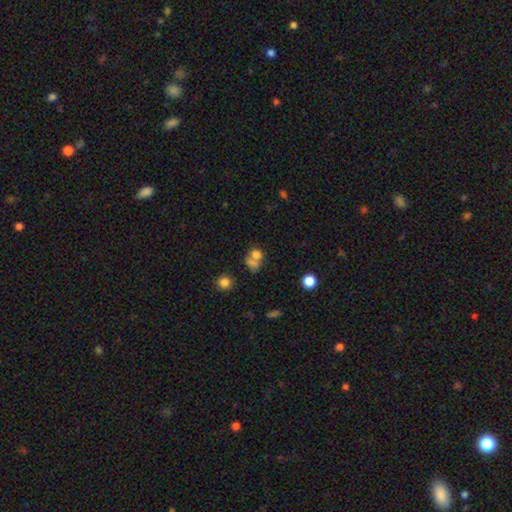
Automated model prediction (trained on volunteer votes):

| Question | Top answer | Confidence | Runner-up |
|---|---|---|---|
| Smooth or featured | smooth | 71% | star or artifact (15%) |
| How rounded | round | 64% | in between (35%) |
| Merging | merger | 51% | none (32%) |